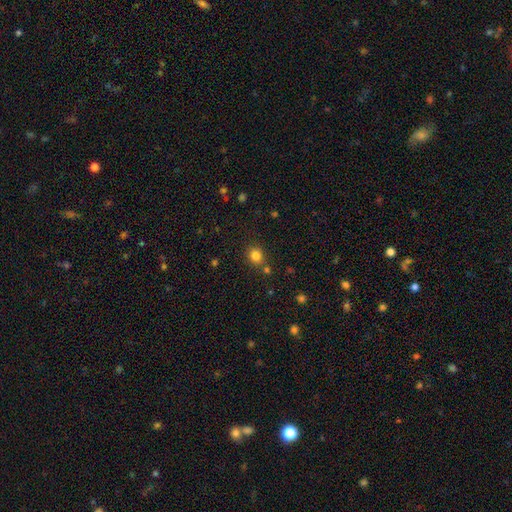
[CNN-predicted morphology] This is clearly a smooth galaxy (82%). How rounded: likely round (78%). Merging: likely none (78%).